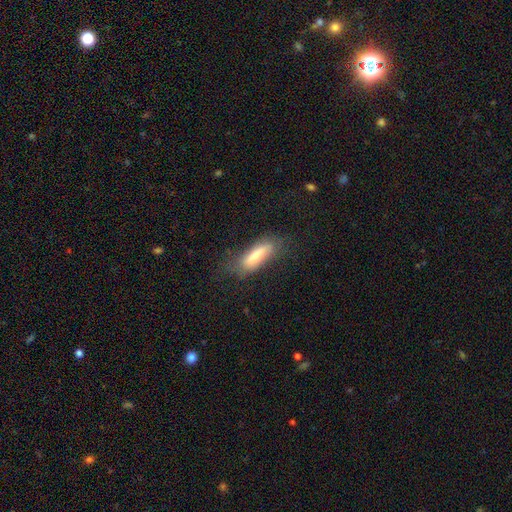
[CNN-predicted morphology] type=smooth (73%); roundness=cigar-shaped (51%); merging=none (68%).